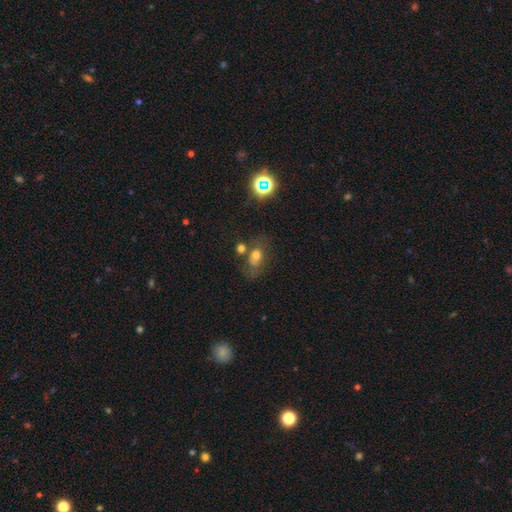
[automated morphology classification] A smooth galaxy with no disk features (60%) that is in between round and cigar-shaped (67%).

Vote fractions:
- Smooth or featured? smooth: 60% / featured or disk: 22% / star or artifact: 19%
- How rounded? in between: 67% / round: 31% / cigar-shaped: 2%
- Merging? none: 50% / merger: 19% / minor disturbance: 19% / major disturbance: 12%